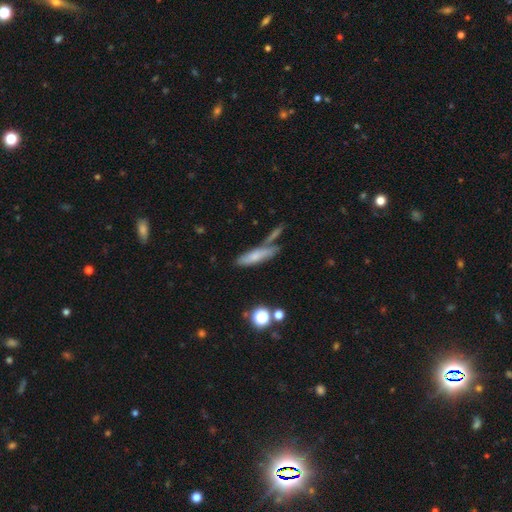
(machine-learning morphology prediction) Overall: smooth (66%). How rounded: cigar-shaped (64%; in between 33%). Merging: none (54%; merger 21%).